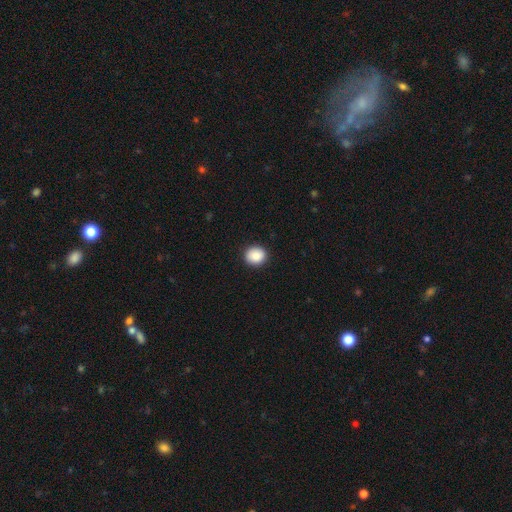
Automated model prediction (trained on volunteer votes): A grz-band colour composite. It shows a smooth galaxy with no disk features (89%) that is round (73%). Merging: none (91%).